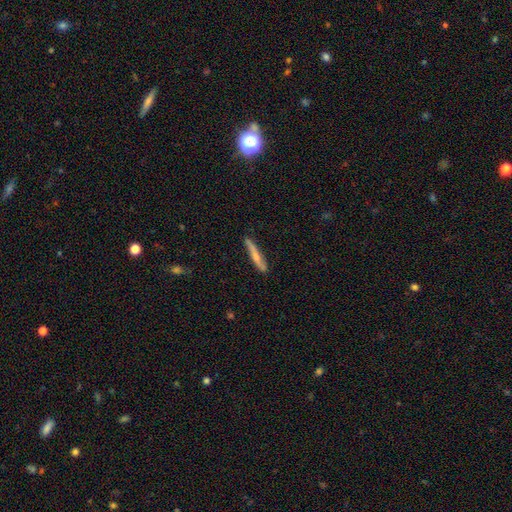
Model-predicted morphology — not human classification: smooth-or-featured: smooth: 55% | featured or disk: 39% | star or artifact: 5%
  how-rounded: cigar-shaped: 94% | in between: 5% | round: 1%
  merging: none: 79% | minor disturbance: 17% | major disturbance: 3% | merger: 2%